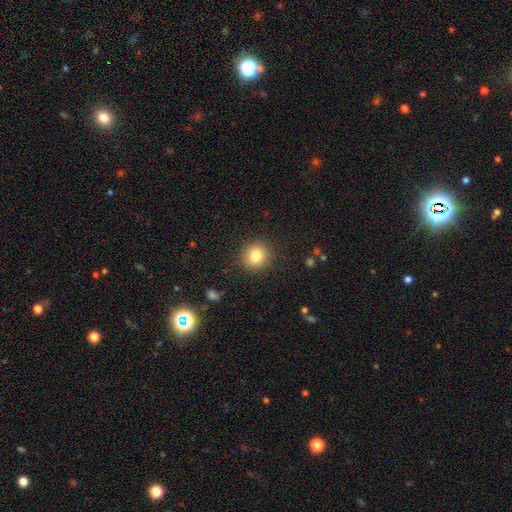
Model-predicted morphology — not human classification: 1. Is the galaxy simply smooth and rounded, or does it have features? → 81% smooth, 11% star or artifact, 8% featured or disk.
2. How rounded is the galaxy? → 88% round, 11% in between, 1% cigar-shaped.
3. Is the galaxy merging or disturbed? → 90% none, 7% minor disturbance, 2% major disturbance, 1% merger.